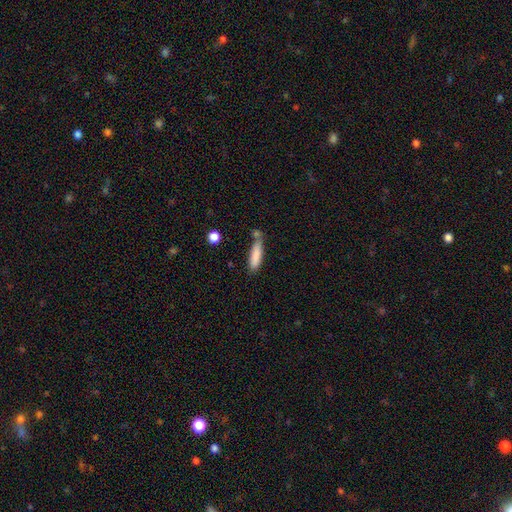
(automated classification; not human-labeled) This appears to be a smooth galaxy with no disk features (84%) that is cigar-shaped (70%). Merging: none (57%).